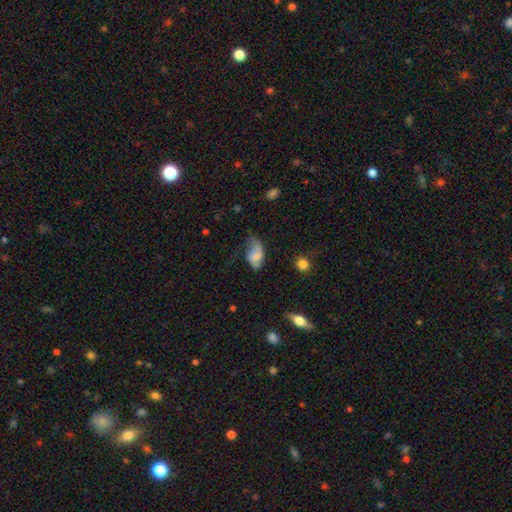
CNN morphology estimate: Overall: smooth (51%; featured or disk 40%). How rounded: in between (90%). Merging: minor disturbance (34%; none 32%).